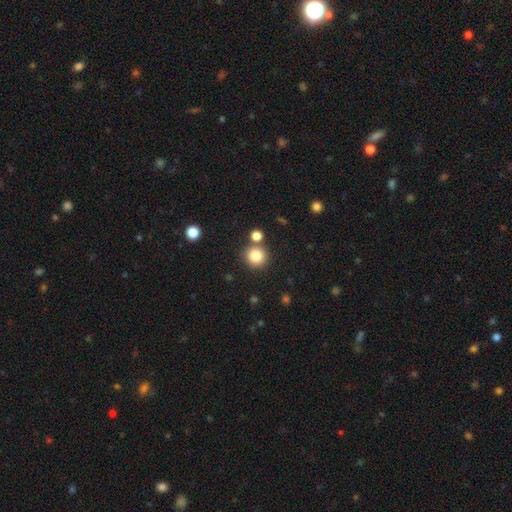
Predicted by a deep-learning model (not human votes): This is clearly a smooth galaxy (83%). How rounded: clearly round (93%). Merging: likely none (77%).